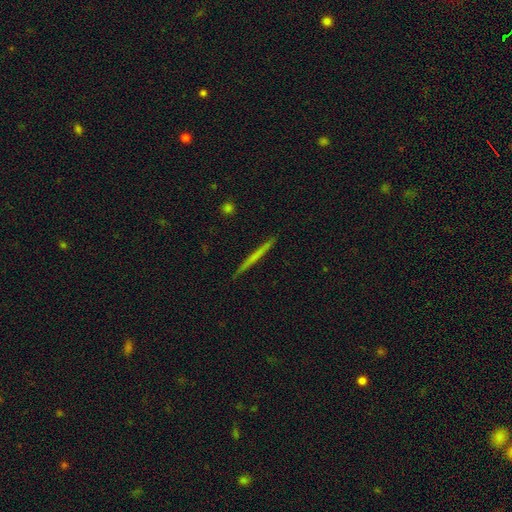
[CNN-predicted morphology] Smooth or featured? Predicted: smooth (p=0.49). Merging? Predicted: none (p=0.92).